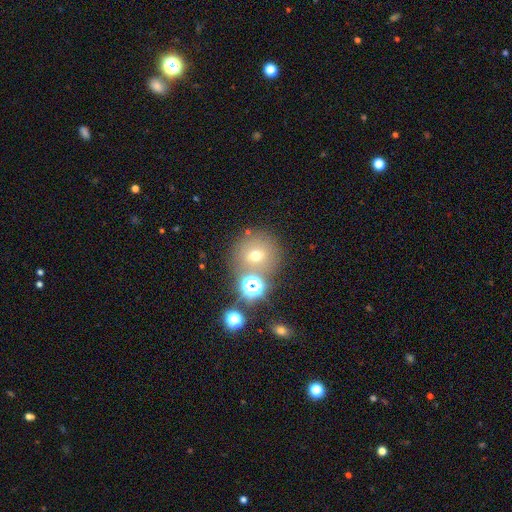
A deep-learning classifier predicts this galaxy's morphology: Smooth or featured: smooth — 60% (star or artifact — 22%)
How rounded: round — 88% (in between — 11%)
Merging: none — 69% (merger — 15%)